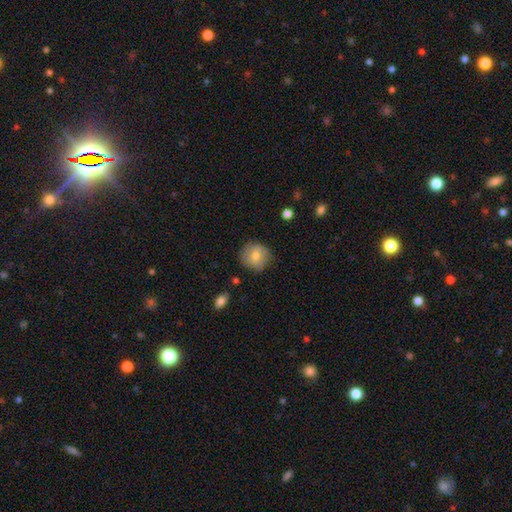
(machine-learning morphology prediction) Smooth or featured: smooth — 74% (featured or disk — 18%)
How rounded: round — 90% (in between — 9%)
Merging: none — 81% (minor disturbance — 14%)